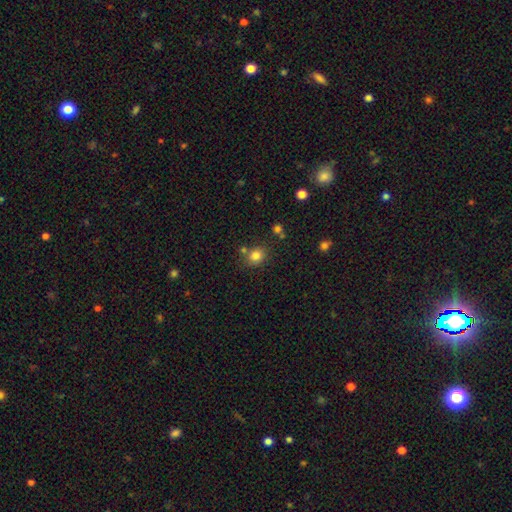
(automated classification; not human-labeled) smooth_or_featured: smooth (p=0.81) [alt: star or artifact p=0.13]
how_rounded: round (p=0.67) [alt: in between p=0.32]
merging: none (p=0.72) [alt: minor disturbance p=0.12]